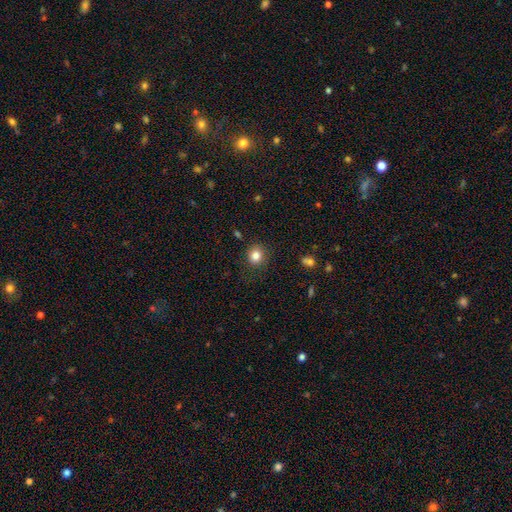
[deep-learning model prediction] smooth-or-featured: smooth: 83% | star or artifact: 11% | featured or disk: 5%
  how-rounded: round: 82% | in between: 17% | cigar-shaped: 1%
  merging: none: 86% | minor disturbance: 10% | major disturbance: 3% | merger: 1%